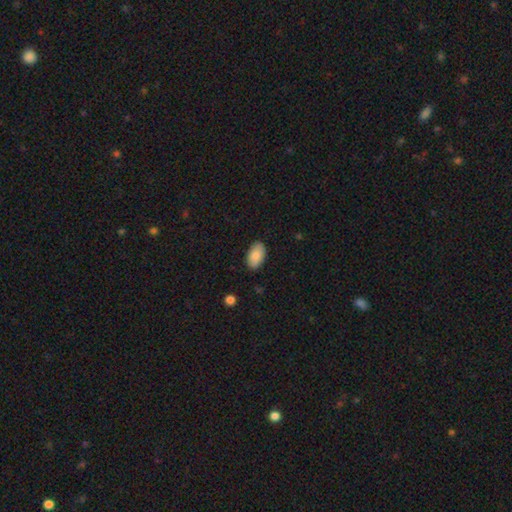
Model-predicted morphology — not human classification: A smooth galaxy with no disk features (86%) that is in between round and cigar-shaped (95%).

Vote fractions:
- Smooth or featured? smooth: 86% / featured or disk: 8% / star or artifact: 6%
- How rounded? in between: 95% / round: 4% / cigar-shaped: 1%
- Merging? none: 87% / minor disturbance: 10% / major disturbance: 2% / merger: 1%